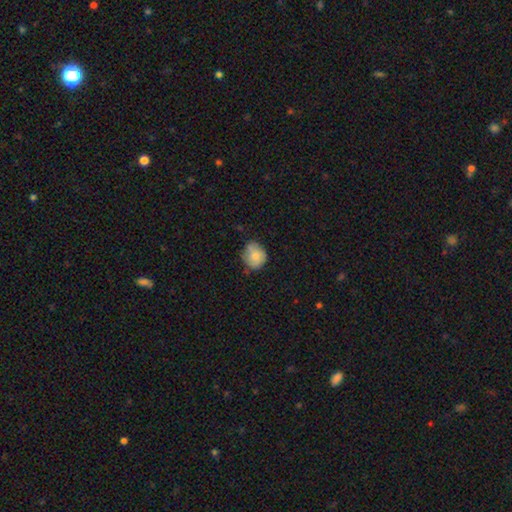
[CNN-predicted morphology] This is likely a smooth galaxy (75%). How rounded: likely round (69%). Merging: possibly none (58%).